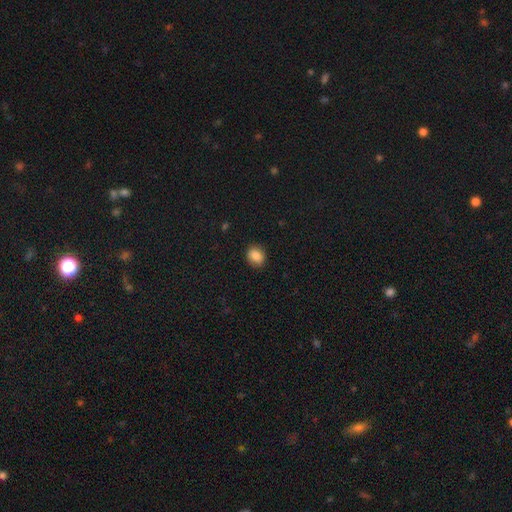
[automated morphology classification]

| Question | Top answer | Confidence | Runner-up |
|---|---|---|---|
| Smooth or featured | smooth | 86% | star or artifact (9%) |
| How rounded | round | 55% | in between (44%) |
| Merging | none | 86% | minor disturbance (10%) |